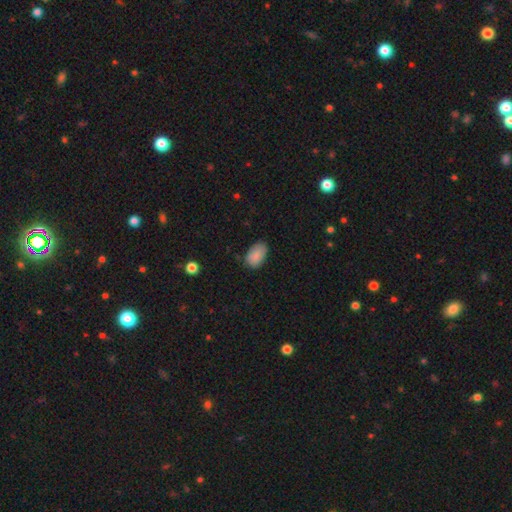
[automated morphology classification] This appears to be a smooth galaxy with no disk features (87%) that is in between round and cigar-shaped (91%). Merging: none (71%).